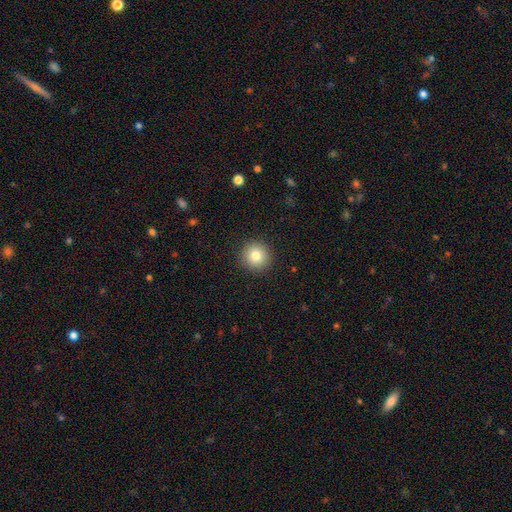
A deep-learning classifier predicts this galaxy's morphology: The model was most divided on "smooth or featured": smooth: 81%, star or artifact: 10%, featured or disk: 8%. More confident: how rounded — round (95%); merging — none (92%).